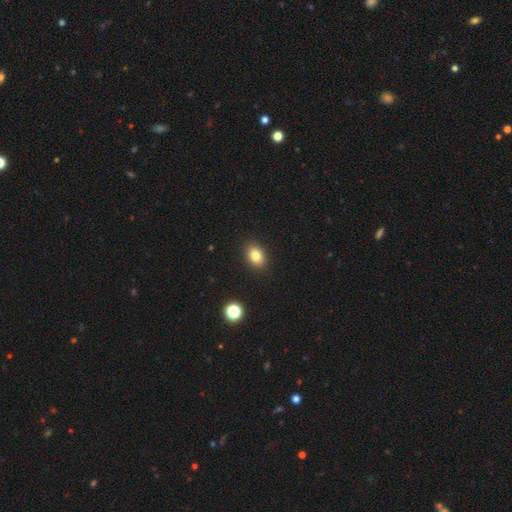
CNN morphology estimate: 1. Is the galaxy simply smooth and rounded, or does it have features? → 81% smooth, 11% star or artifact, 8% featured or disk.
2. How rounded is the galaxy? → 70% in between, 28% round, 1% cigar-shaped.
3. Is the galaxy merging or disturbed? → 90% none, 7% minor disturbance, 2% major disturbance, 1% merger.